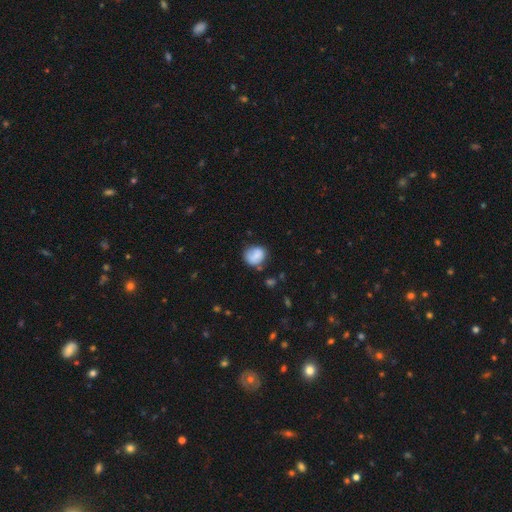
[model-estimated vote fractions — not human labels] smooth-or-featured: smooth: 76% | featured or disk: 16% | star or artifact: 8%
  how-rounded: round: 70% | in between: 29% | cigar-shaped: 1%
  merging: none: 61% | minor disturbance: 25% | major disturbance: 8% | merger: 6%